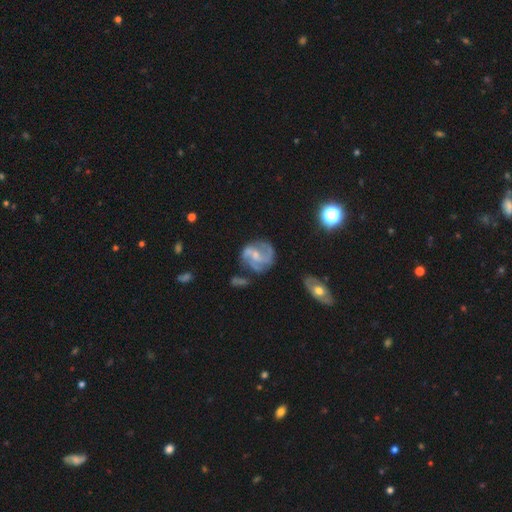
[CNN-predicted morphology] This is clearly a featured or disk galaxy (82%). It is clearly not viewed edge-on (98%). Bar: possibly no (50%). Spiral arm pattern: clearly yes (94%). Spiral arm count: marginally 3 (40%). Spiral winding: possibly medium (51%). Central bulge: possibly small (54%). Merging: likely none (62%).